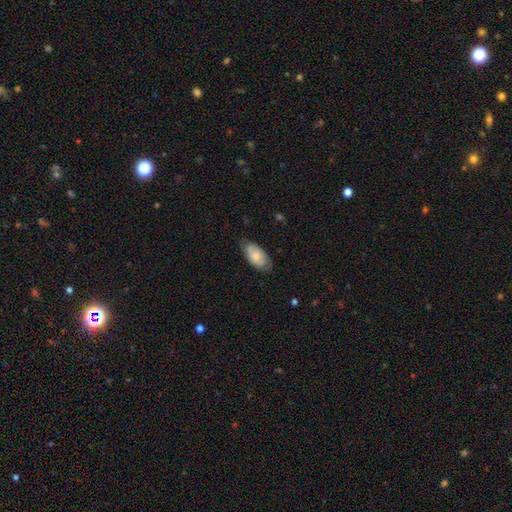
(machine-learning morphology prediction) type=smooth (71%); roundness=in between (93%); merging=none (73%).